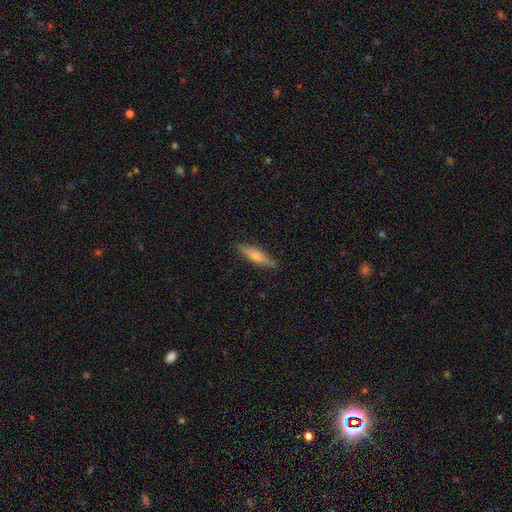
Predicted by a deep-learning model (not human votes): A featured or disk galaxy (55%) viewed edge-on (95%) with a rounded central bulge (85%). Merging: none (89%).